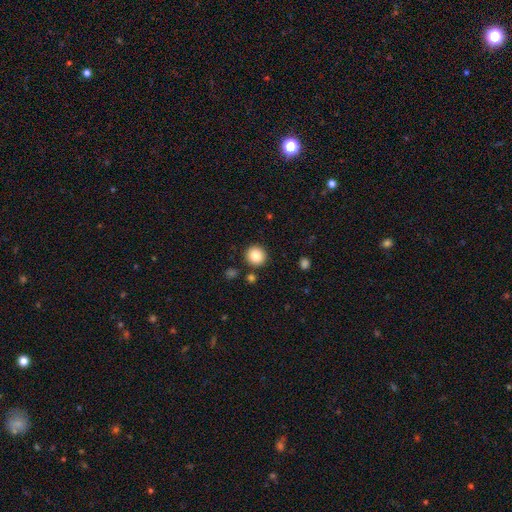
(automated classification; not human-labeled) smooth 85%, star or artifact 9%, featured or disk 5%. Down the decision tree: how rounded — round (93%); merging — none (89%).